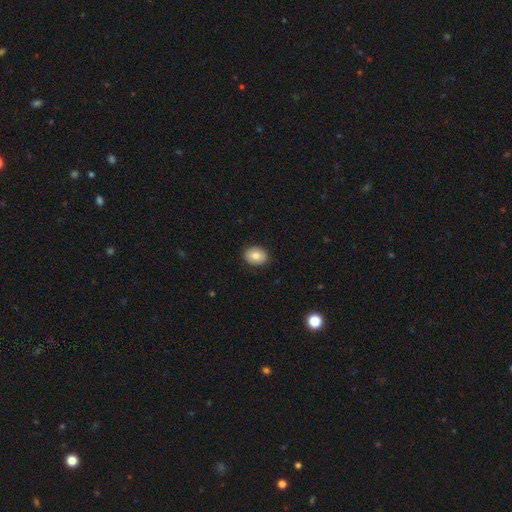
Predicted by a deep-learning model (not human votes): Smooth or featured? smooth (82%)
How rounded? in between (57%)
Merging? none (90%)